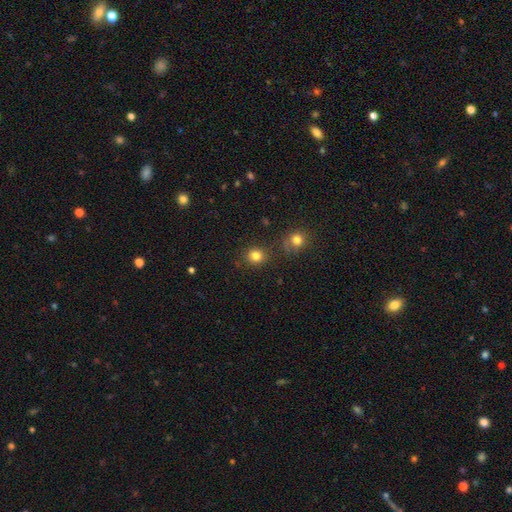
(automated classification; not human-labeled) A smooth galaxy with no disk features (82%) that is round (87%). Merging: none (85%).